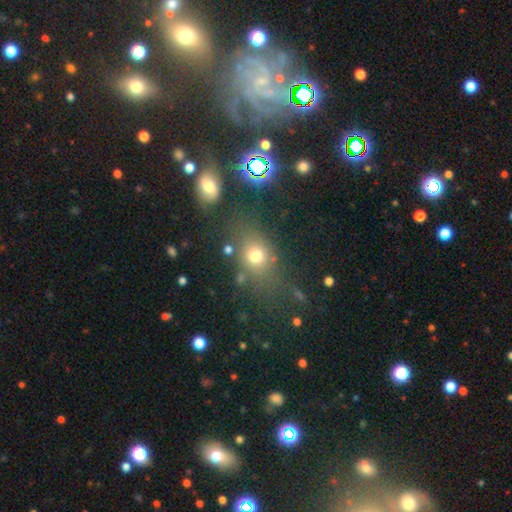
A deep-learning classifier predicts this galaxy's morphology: Q: Smooth or featured?
A: smooth (69%); runner-up: star or artifact (18%)
Q: How rounded?
A: round (49%); runner-up: in between (47%)
Q: Merging?
A: none (67%); runner-up: minor disturbance (14%)